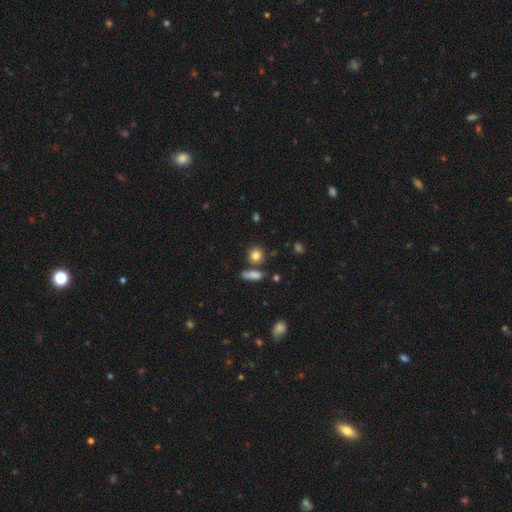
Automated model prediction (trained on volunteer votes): smooth_or_featured: smooth (p=0.83) [alt: star or artifact p=0.10]
how_rounded: round (p=0.78) [alt: in between p=0.19]
merging: none (p=0.72) [alt: merger p=0.14]